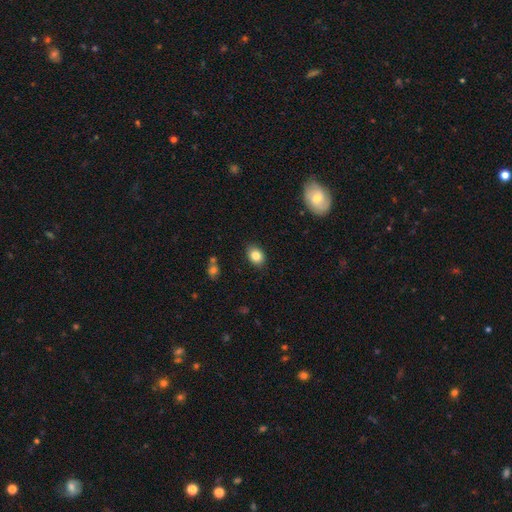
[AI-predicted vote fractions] Morphology: type=smooth (84%); roundness=in between (71%); merging=none (87%).